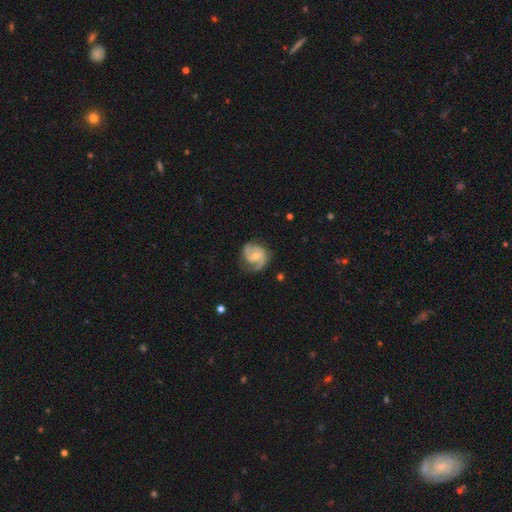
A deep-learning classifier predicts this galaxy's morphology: A featured or disk galaxy (85%) with no bar (51%), 2 (81%) medium (50%) spiral arms (96%) and a moderate central bulge (49%).

Vote fractions:
- Smooth or featured? featured or disk: 85% / smooth: 10% / star or artifact: 5%
- Edge-on disk? no: 98% / yes: 2%
- Bar? no: 51% / weak: 39% / strong: 10%
- Spiral arms? yes: 96% / no: 4%
- Spiral winding? medium: 50% / tight: 34% / loose: 16%
- Spiral arm count? 2: 81% / 1: 6% / can't tell: 5% / 3: 5% / 4: 1% / more than 4: 1%
- Bulge size? moderate: 49% / small: 46% / none: 2% / large: 2% / dominant: 1%
- Merging? none: 70% / minor disturbance: 21% / major disturbance: 8% / merger: 2%